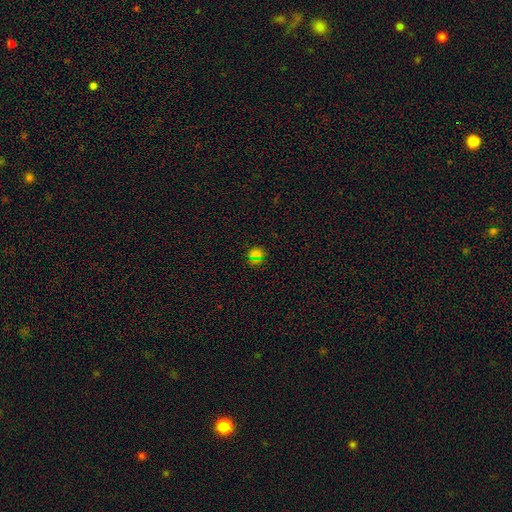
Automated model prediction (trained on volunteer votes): smooth_or_featured: smooth (p=0.63) [alt: star or artifact p=0.32]
how_rounded: round (p=0.83) [alt: in between p=0.16]
merging: none (p=0.85) [alt: minor disturbance p=0.10]